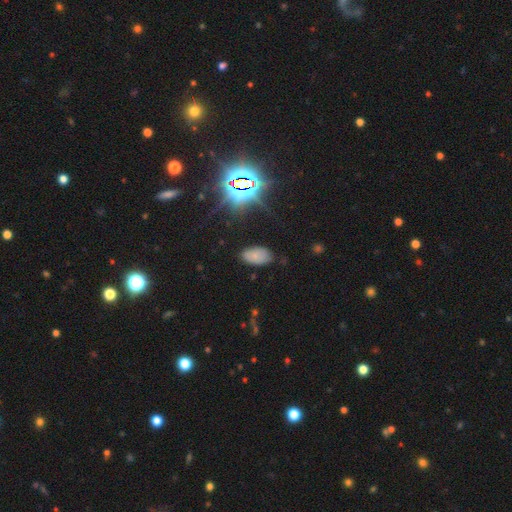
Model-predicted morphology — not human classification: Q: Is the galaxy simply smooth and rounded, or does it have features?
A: smooth — 68%.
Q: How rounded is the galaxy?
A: in between — 94%.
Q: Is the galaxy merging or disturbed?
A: none — 80%.